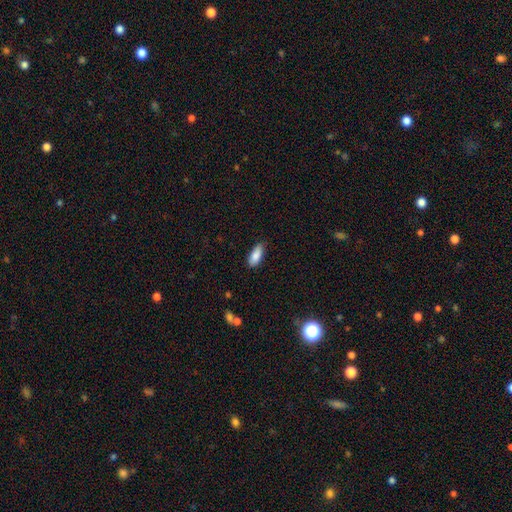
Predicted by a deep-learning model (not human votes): Q: Smooth or featured?
A: smooth (87%); runner-up: featured or disk (7%)
Q: How rounded?
A: in between (79%); runner-up: cigar-shaped (18%)
Q: Merging?
A: none (80%); runner-up: minor disturbance (16%)